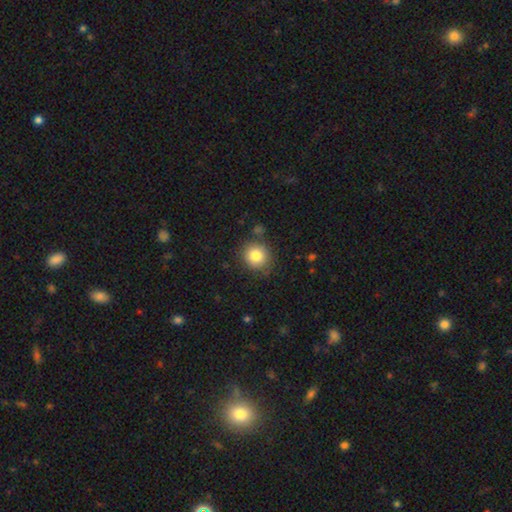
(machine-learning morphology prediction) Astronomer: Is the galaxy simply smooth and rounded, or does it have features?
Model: smooth — 82%.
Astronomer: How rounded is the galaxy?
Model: round — 87%.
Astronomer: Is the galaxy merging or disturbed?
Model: none — 82%.